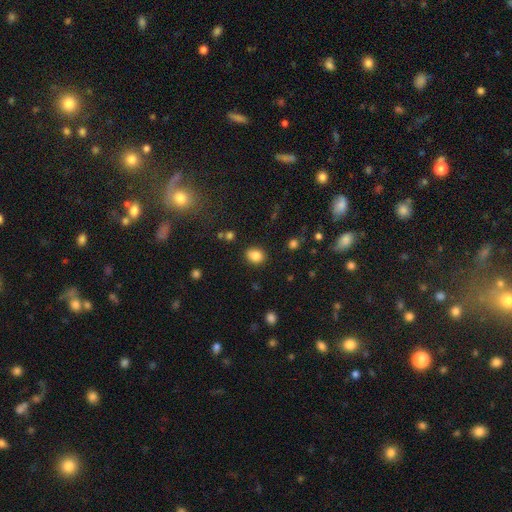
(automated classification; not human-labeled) Morphology: type=smooth (84%); roundness=in between (51%); merging=none (86%).